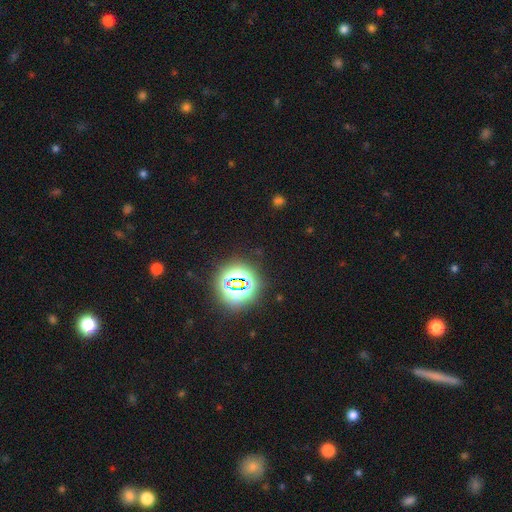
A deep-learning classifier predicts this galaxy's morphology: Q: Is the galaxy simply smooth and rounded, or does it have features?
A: star or artifact — 74%.